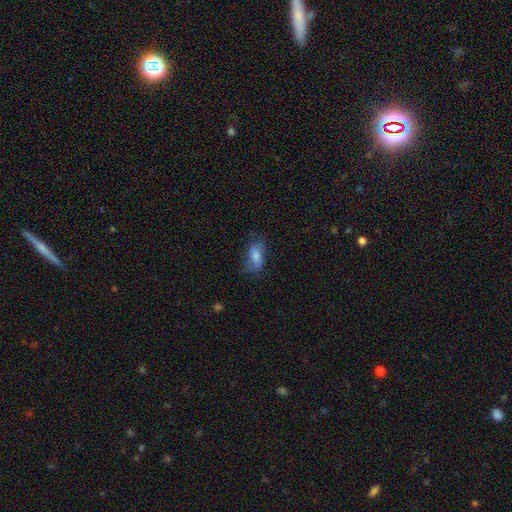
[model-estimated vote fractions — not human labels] Overall: smooth (73%). How rounded: in between (85%). Merging: none (60%; minor disturbance 26%).